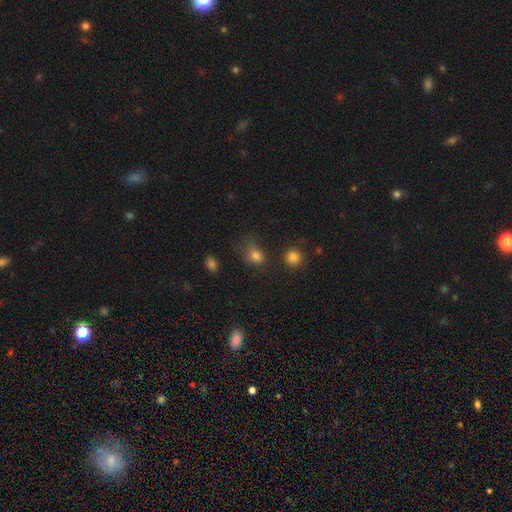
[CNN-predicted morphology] smooth_or_featured: smooth (p=0.77) [alt: star or artifact p=0.16]
how_rounded: round (p=0.51) [alt: in between p=0.47]
merging: none (p=0.52) [alt: minor disturbance p=0.26]